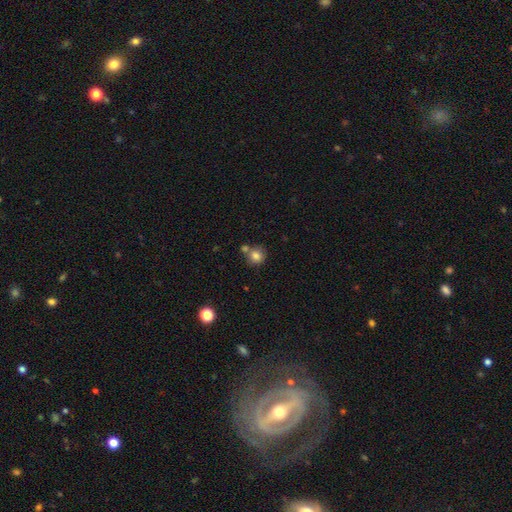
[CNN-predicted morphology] Overall: smooth (81%). How rounded: round (88%). Merging: none (61%; merger 24%).